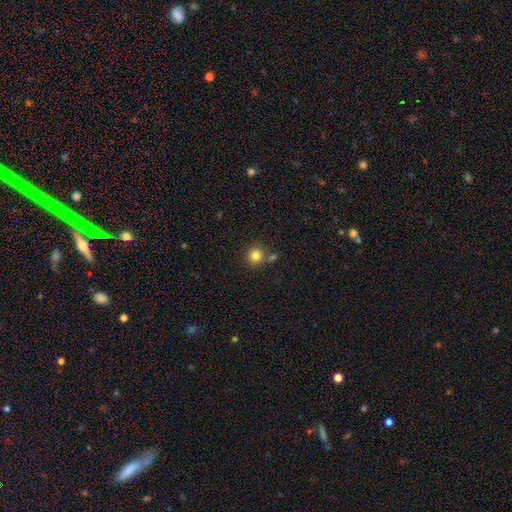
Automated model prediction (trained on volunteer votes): A smooth galaxy with no disk features (82%) that is round (90%). Merging: none (71%).